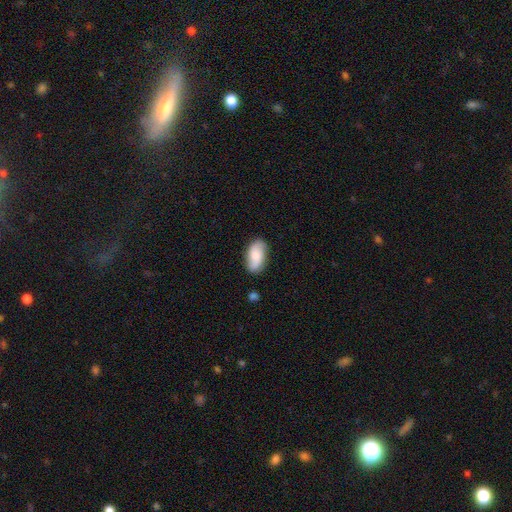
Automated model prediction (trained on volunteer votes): This appears to be a smooth galaxy with no disk features (68%) that is in between round and cigar-shaped (93%). Merging: none (80%).